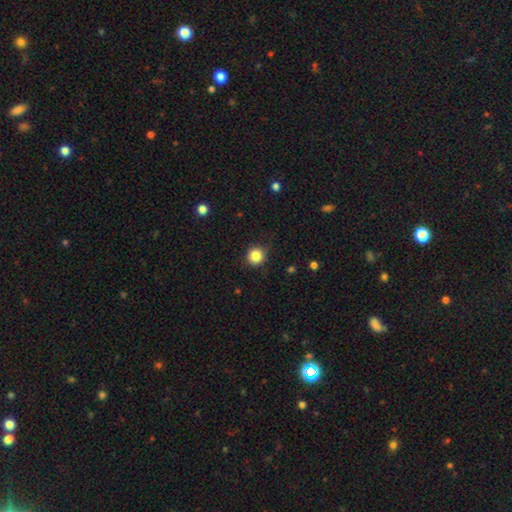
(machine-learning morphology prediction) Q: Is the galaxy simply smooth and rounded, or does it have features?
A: smooth — 84%.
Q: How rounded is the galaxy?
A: round — 93%.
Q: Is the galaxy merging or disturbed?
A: none — 86%.